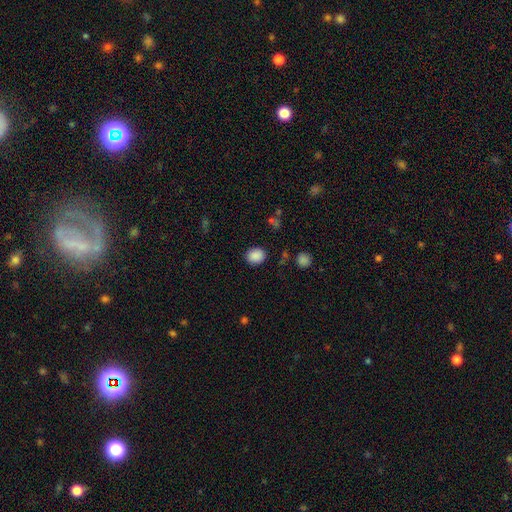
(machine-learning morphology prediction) Smooth or featured? smooth (87%)
How rounded? round (64%)
Merging? none (85%)